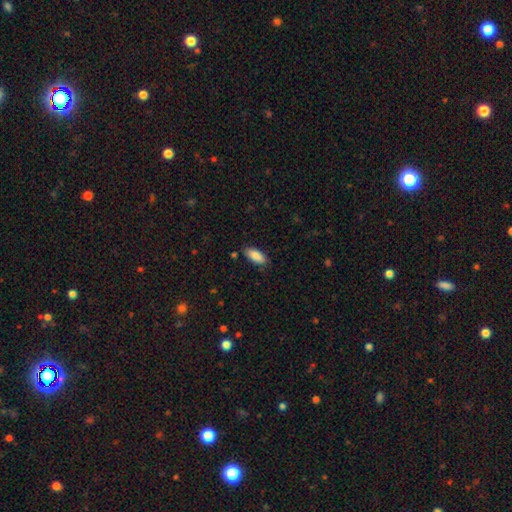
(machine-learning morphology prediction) Overall: smooth (88%). How rounded: in between (86%). Merging: none (84%).